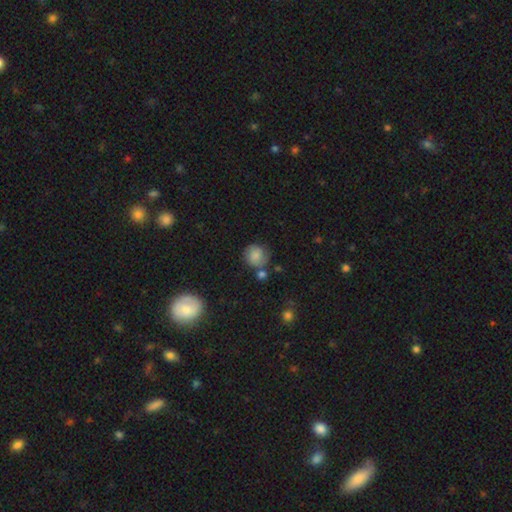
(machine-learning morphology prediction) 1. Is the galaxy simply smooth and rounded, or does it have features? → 69% smooth, 21% featured or disk, 10% star or artifact.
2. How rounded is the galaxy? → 85% round, 14% in between, 1% cigar-shaped.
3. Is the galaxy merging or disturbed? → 64% none, 19% minor disturbance, 11% merger, 6% major disturbance.